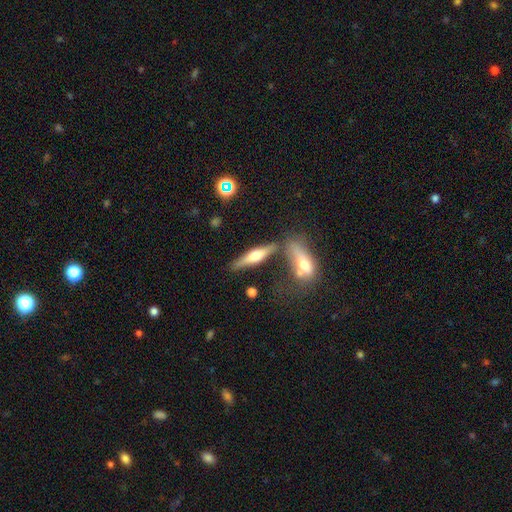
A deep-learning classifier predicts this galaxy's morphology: type=featured or disk (59%); edge-on=yes (94%); edge-on bulge=rounded (91%); merging=none (66%).